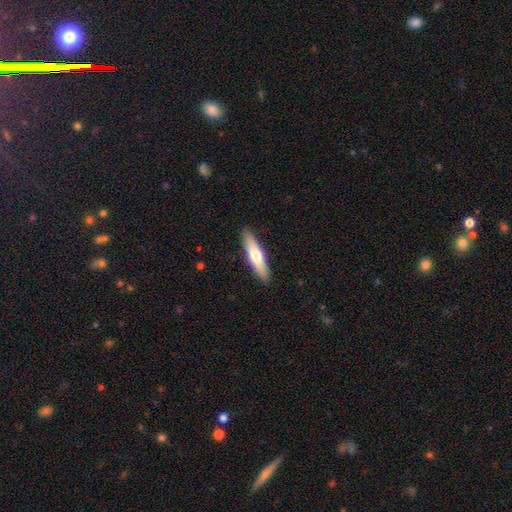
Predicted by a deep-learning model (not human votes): smooth 52%, featured or disk 42%, star or artifact 5%. Down the decision tree: how rounded — cigar-shaped (81%); merging — none (91%).